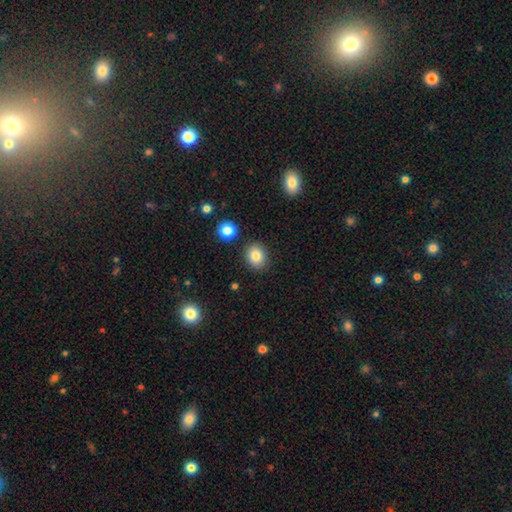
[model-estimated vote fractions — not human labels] This is clearly a smooth galaxy (84%). How rounded: likely round (63%). Merging: clearly none (87%).